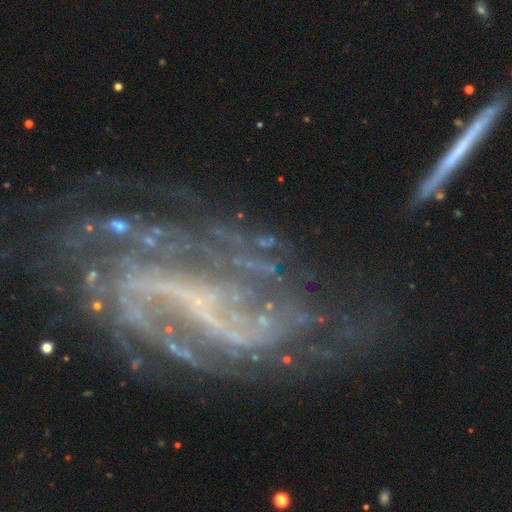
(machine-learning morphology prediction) A featured or disk galaxy (84%) with a strong bar (40%), 2 (44%) medium (39%) spiral arms (90%) and a small central bulge (47%). Merging: none (56%).